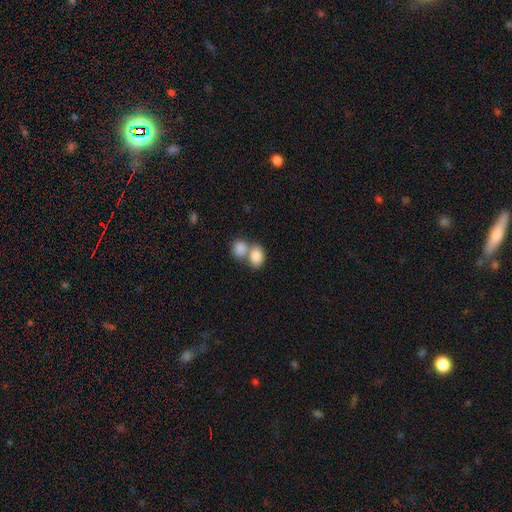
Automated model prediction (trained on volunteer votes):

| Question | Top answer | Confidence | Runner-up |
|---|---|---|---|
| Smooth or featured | smooth | 84% | featured or disk (8%) |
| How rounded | in between | 66% | round (33%) |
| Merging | merger | 57% | none (31%) |